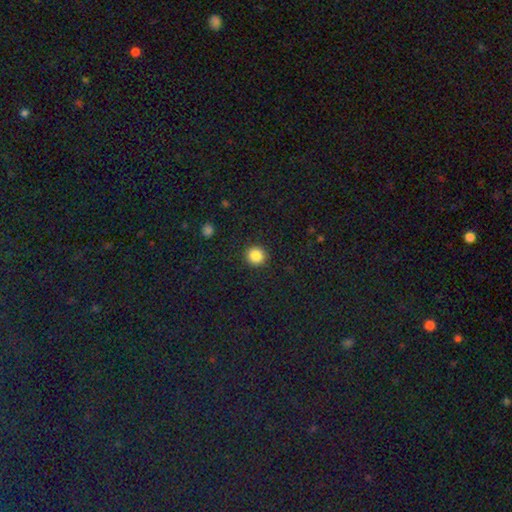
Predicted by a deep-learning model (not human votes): smooth_or_featured: smooth (p=0.86) [alt: star or artifact p=0.10]
how_rounded: round (p=0.93) [alt: in between p=0.06]
merging: none (p=0.92) [alt: minor disturbance p=0.05]